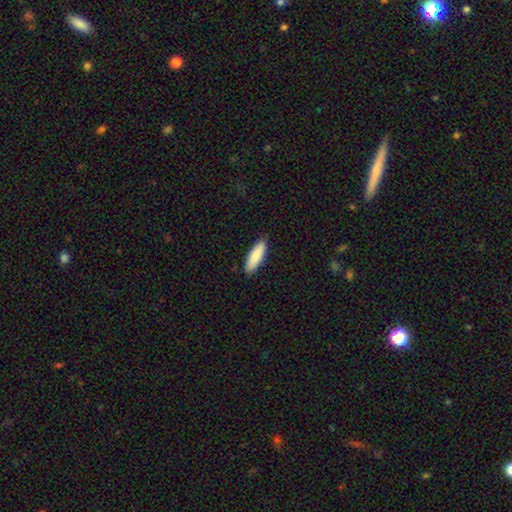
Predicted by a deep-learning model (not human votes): Smooth or featured?
  - smooth: 87% *
  - featured or disk: 7%
  - star or artifact: 5%
How rounded?
  - in between: 50% *
  - cigar-shaped: 49%
  - round: 2%
Merging?
  - none: 88% *
  - minor disturbance: 10%
  - major disturbance: 2%
  - merger: 1%